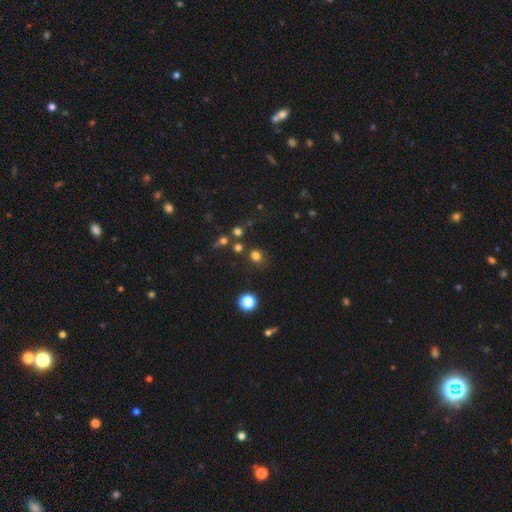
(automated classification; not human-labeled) smooth_or_featured: smooth (p=0.75) [alt: star or artifact p=0.20]
how_rounded: round (p=0.82) [alt: in between p=0.17]
merging: none (p=0.79) [alt: minor disturbance p=0.10]